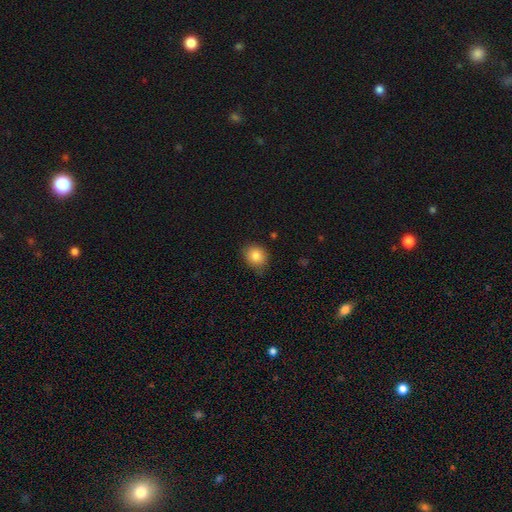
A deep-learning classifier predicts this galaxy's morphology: Smooth or featured: smooth — 84% (star or artifact — 10%)
How rounded: round — 69% (in between — 30%)
Merging: none — 76% (minor disturbance — 19%)